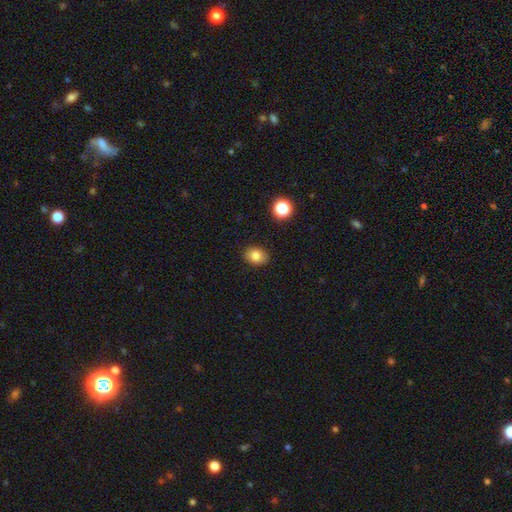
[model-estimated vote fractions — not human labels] smooth-or-featured: smooth: 82% | star or artifact: 10% | featured or disk: 8%
  how-rounded: in between: 67% | round: 32% | cigar-shaped: 1%
  merging: none: 88% | minor disturbance: 8% | major disturbance: 2% | merger: 1%